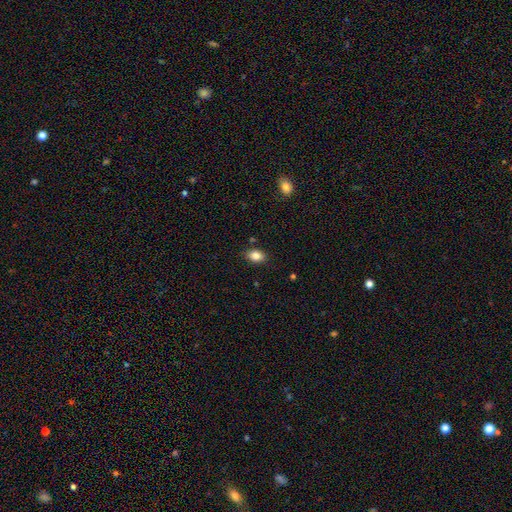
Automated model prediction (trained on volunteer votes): Smooth or featured? Predicted: smooth (p=0.84). How rounded? Predicted: in between (p=0.78). Merging? Predicted: none (p=0.85).